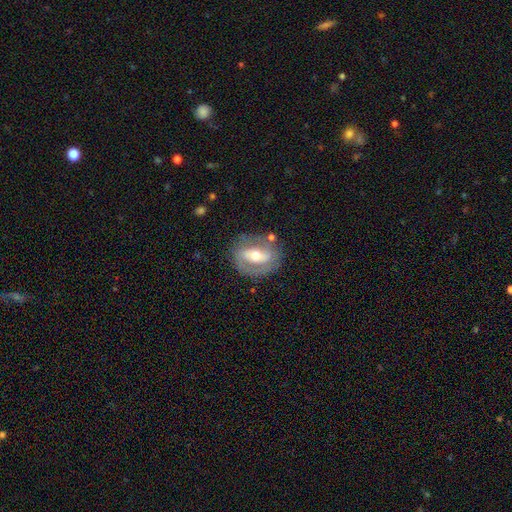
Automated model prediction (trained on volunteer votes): A featured or disk galaxy (71%) with a strong bar (39%), spiral arms (69%) and a moderate central bulge (68%). Merging: none (75%).